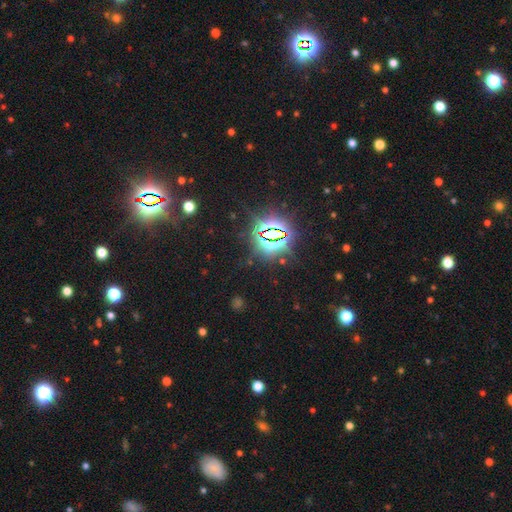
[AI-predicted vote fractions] smooth_or_featured: star or artifact (p=0.84) [alt: smooth p=0.09]